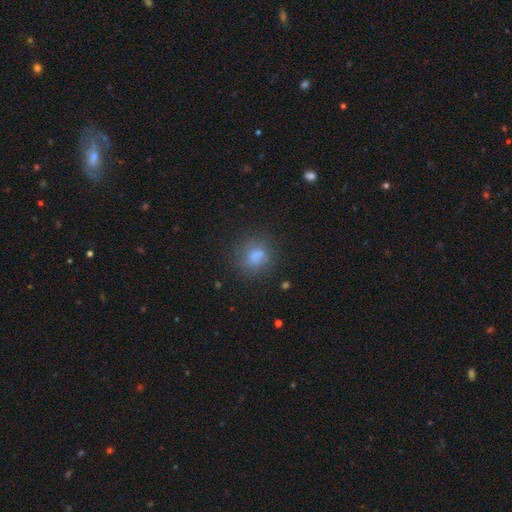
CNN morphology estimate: The model was most divided on "how rounded": round: 73%, in between: 26%, cigar-shaped: 2%. More confident: smooth or featured — smooth (75%); merging — none (74%).